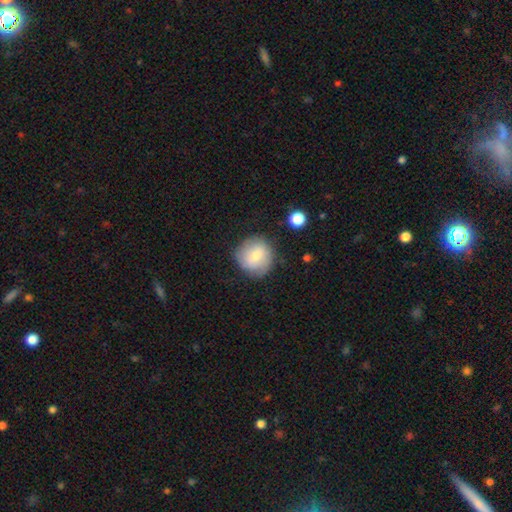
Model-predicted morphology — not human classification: Q: Smooth or featured?
A: smooth (64%); runner-up: featured or disk (28%)
Q: How rounded?
A: round (90%); runner-up: in between (9%)
Q: Merging?
A: none (73%); runner-up: minor disturbance (19%)